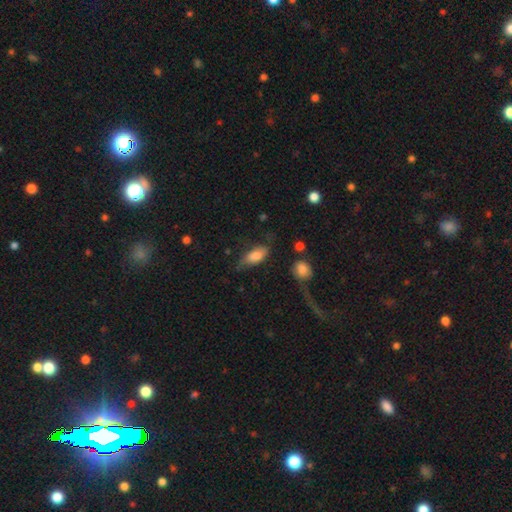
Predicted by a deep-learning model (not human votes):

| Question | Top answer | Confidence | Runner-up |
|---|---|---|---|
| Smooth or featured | smooth | 73% | featured or disk (19%) |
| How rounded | in between | 85% | cigar-shaped (12%) |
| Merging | none | 51% | minor disturbance (32%) |